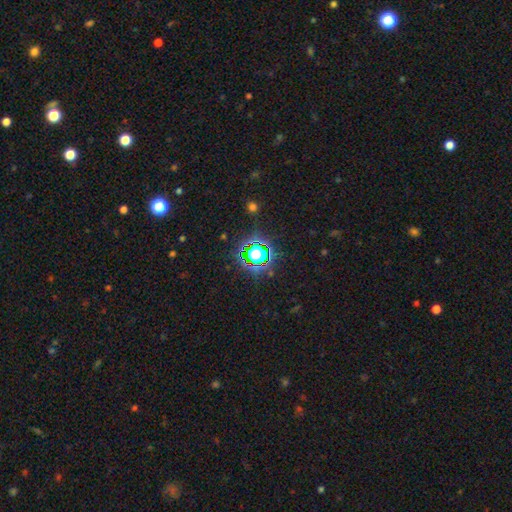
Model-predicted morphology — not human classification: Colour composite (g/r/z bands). It shows a star or artifact, not a galaxy (67%).